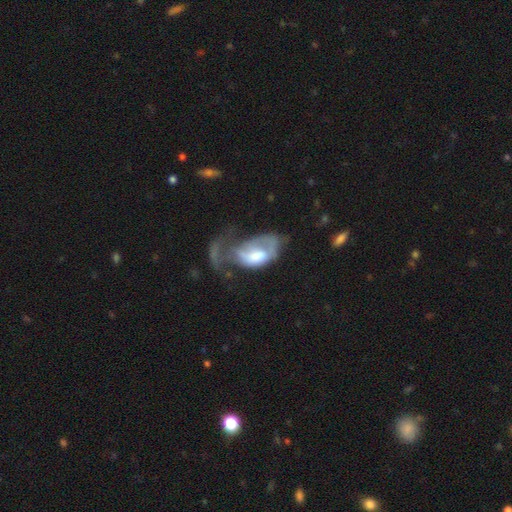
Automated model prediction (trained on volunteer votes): Smooth or featured?
  - featured or disk: 49% *
  - smooth: 43%
  - star or artifact: 8%
Merging?
  - major disturbance: 61% *
  - minor disturbance: 14%
  - merger: 13%
  - none: 12%